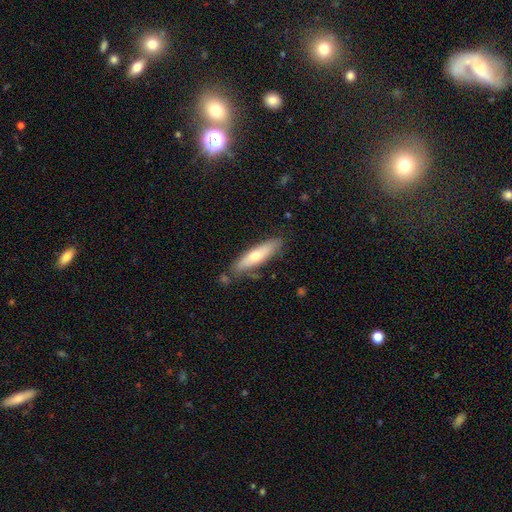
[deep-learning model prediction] smooth_or_featured: smooth (p=0.61) [alt: featured or disk p=0.33]
how_rounded: cigar-shaped (p=0.71) [alt: in between p=0.27]
merging: none (p=0.76) [alt: minor disturbance p=0.16]